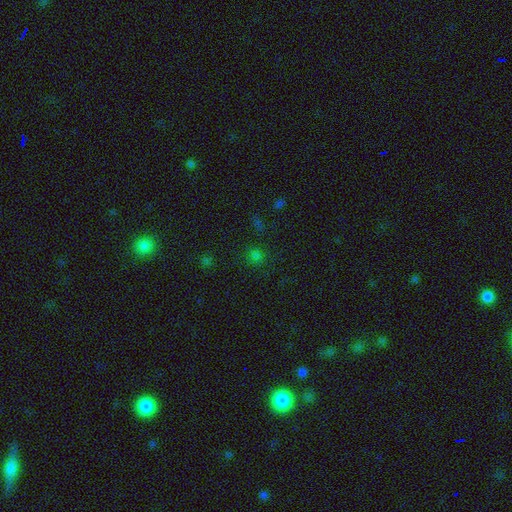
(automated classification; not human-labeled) smooth 65%, star or artifact 30%, featured or disk 5%. Down the decision tree: how rounded — round (80%); merging — none (77%).